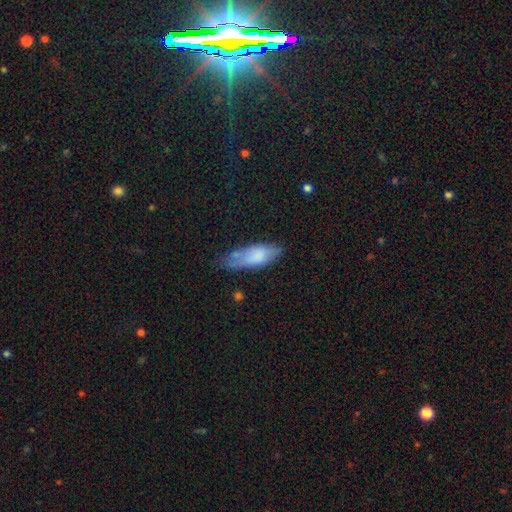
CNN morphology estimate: A smooth galaxy with no disk features (72%) that is in between round and cigar-shaped (67%). Merging: none (51%).